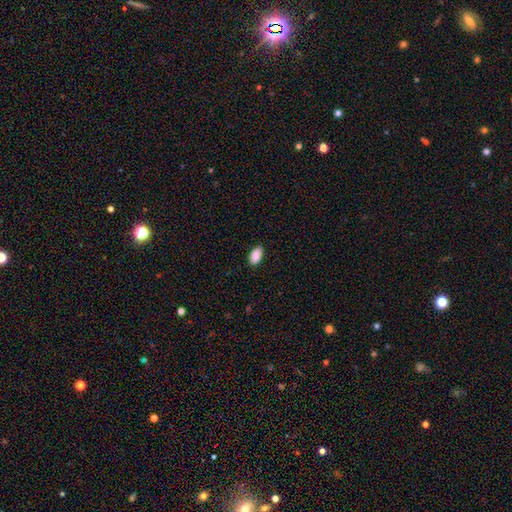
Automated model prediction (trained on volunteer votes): Smooth or featured? Predicted: smooth (p=0.89). How rounded? Predicted: in between (p=0.93). Merging? Predicted: none (p=0.87).